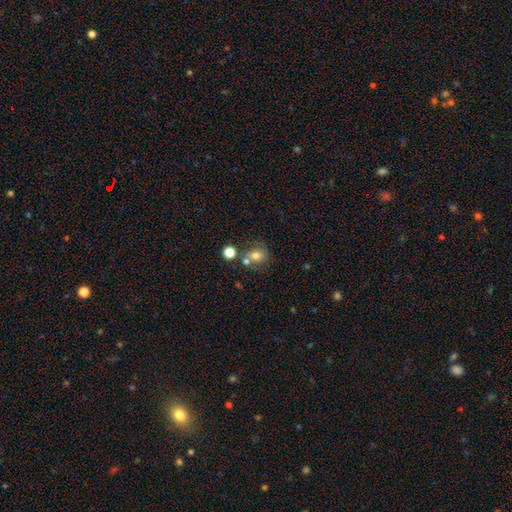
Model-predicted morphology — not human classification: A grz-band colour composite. It shows a smooth galaxy with no disk features (66%) that is round (69%). Merging: none (52%).